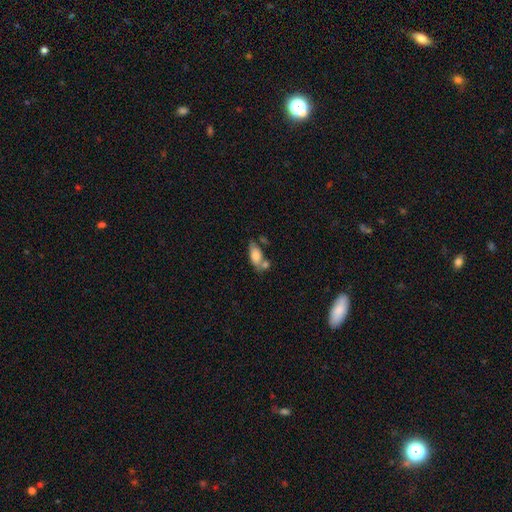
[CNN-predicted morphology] Smooth or featured?
  - smooth: 76% *
  - featured or disk: 16%
  - star or artifact: 8%
How rounded?
  - in between: 87% *
  - cigar-shaped: 8%
  - round: 5%
Merging?
  - none: 40% *
  - merger: 34%
  - minor disturbance: 18%
  - major disturbance: 8%